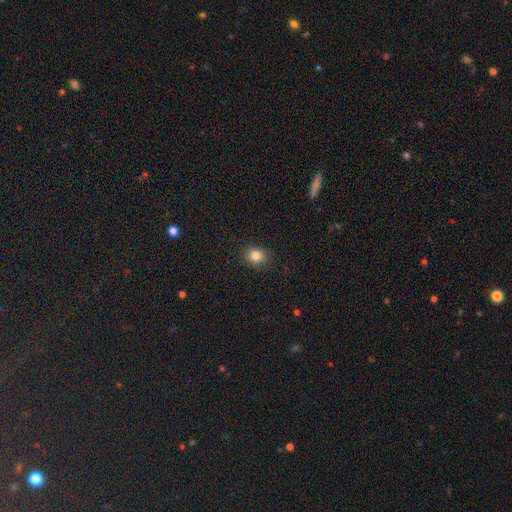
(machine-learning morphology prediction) A smooth galaxy with no disk features (83%) that is round (59%).

Vote fractions:
- Smooth or featured? smooth: 83% / star or artifact: 11% / featured or disk: 6%
- How rounded? round: 59% / in between: 40% / cigar-shaped: 1%
- Merging? none: 89% / minor disturbance: 8% / major disturbance: 2% / merger: 1%